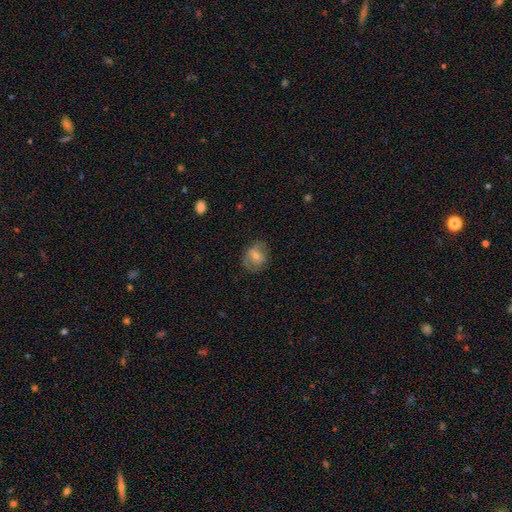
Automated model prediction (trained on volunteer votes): A smooth galaxy with no disk features (48%).

Vote fractions:
- Smooth or featured? smooth: 48% / featured or disk: 42% / star or artifact: 10%
- Merging? none: 73% / minor disturbance: 18% / major disturbance: 8% / merger: 1%